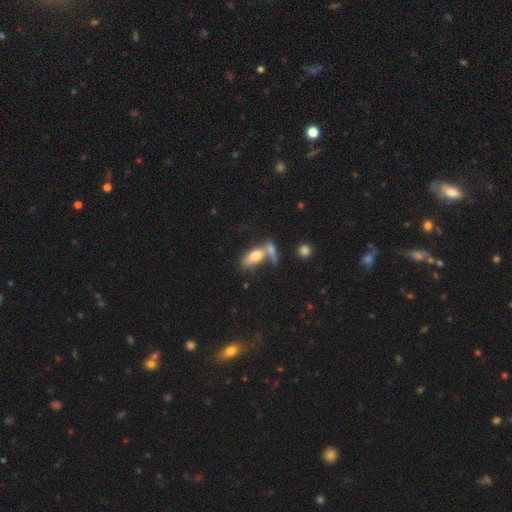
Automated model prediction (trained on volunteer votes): Smooth or featured? smooth (69%)
How rounded? in between (82%)
Merging? merger (48%)